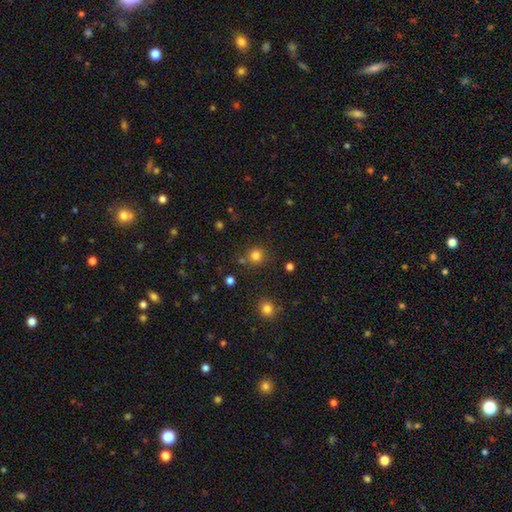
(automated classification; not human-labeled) Smooth or featured? Predicted: smooth (p=0.80). How rounded? Predicted: round (p=0.92). Merging? Predicted: none (p=0.79).